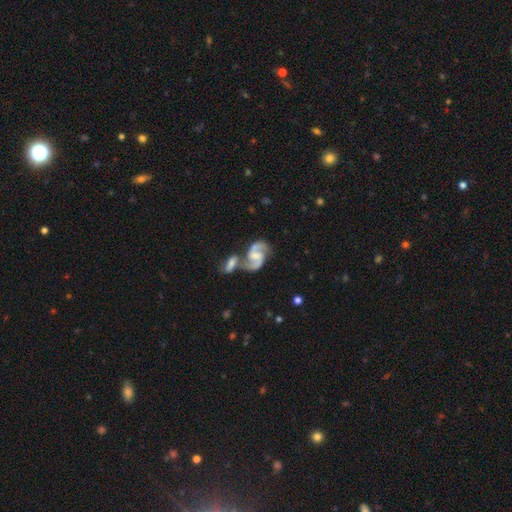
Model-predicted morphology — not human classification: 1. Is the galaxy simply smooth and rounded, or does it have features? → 88% featured or disk, 7% smooth, 5% star or artifact.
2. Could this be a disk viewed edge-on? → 98% no, 2% yes.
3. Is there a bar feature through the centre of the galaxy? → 49% weak, 31% no, 20% strong.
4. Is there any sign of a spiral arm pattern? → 97% yes, 3% no.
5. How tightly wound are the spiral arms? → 54% medium, 34% loose, 12% tight.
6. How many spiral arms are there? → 93% 2, 2% can't tell, 2% 1, 1% 3, 1% 4, 1% more than 4.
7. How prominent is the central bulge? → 35% small, 32% none, 26% moderate, 5% large, 1% dominant.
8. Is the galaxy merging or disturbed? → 45% merger, 37% none, 12% minor disturbance, 6% major disturbance.